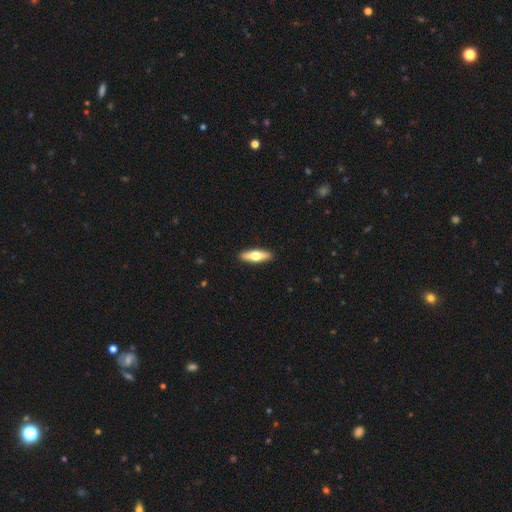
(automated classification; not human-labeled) A smooth galaxy with no disk features (53%) that is cigar-shaped (54%).

Vote fractions:
- Smooth or featured? smooth: 53% / featured or disk: 42% / star or artifact: 5%
- How rounded? cigar-shaped: 54% / in between: 43% / round: 3%
- Merging? none: 91% / minor disturbance: 6% / major disturbance: 1% / merger: 1%